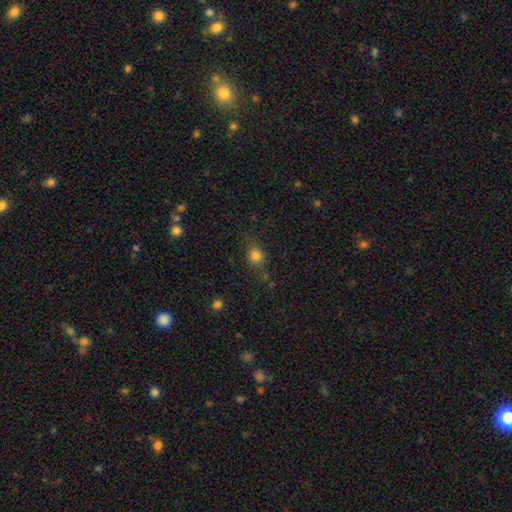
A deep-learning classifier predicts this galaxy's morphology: smooth 76%, star or artifact 14%, featured or disk 10%. Down the decision tree: how rounded — round (68%); merging — none (68%).